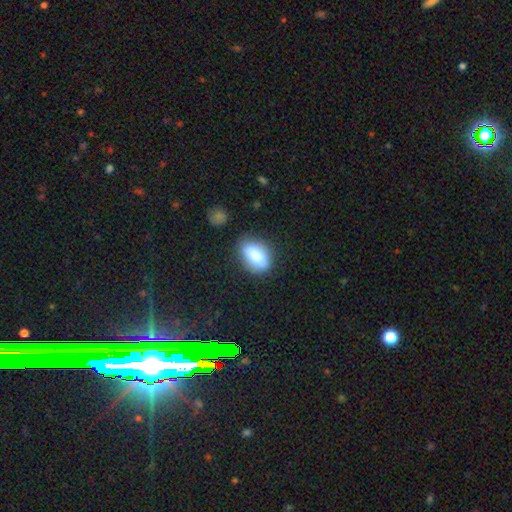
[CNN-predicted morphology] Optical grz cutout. It shows a smooth galaxy with no disk features (83%) that is in between round and cigar-shaped (85%). Merging: none (72%).